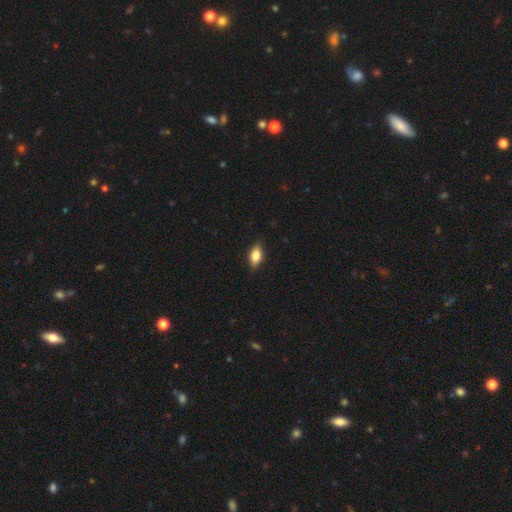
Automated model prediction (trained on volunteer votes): Smooth or featured: smooth — 79% (featured or disk — 14%)
How rounded: in between — 87% (cigar-shaped — 7%)
Merging: none — 85% (minor disturbance — 12%)